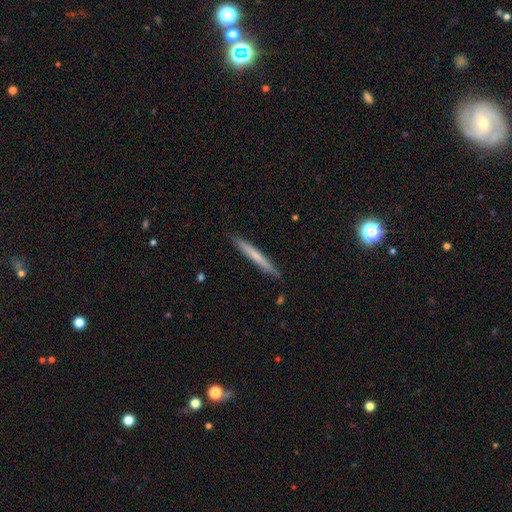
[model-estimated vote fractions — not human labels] Q: Smooth or featured?
A: smooth (60%); runner-up: featured or disk (34%)
Q: How rounded?
A: cigar-shaped (97%); runner-up: in between (2%)
Q: Merging?
A: none (90%); runner-up: minor disturbance (8%)